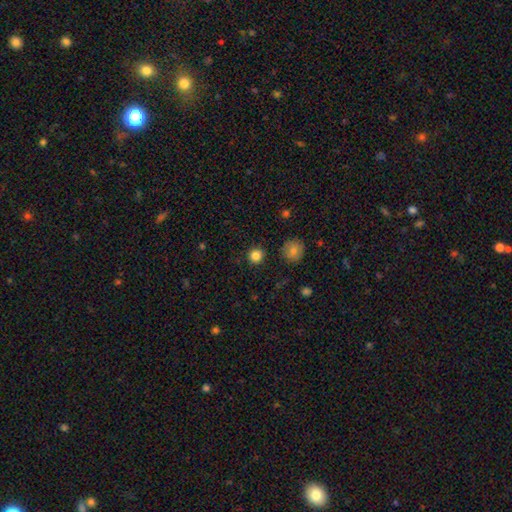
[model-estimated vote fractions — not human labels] smooth 84%, star or artifact 12%, featured or disk 5%. Down the decision tree: how rounded — round (94%); merging — none (90%).